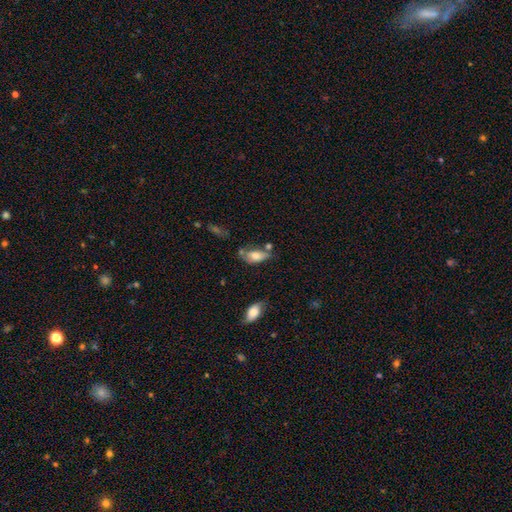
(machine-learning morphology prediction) Overall: smooth (69%). How rounded: in between (88%). Merging: none (41%; minor disturbance 29%).